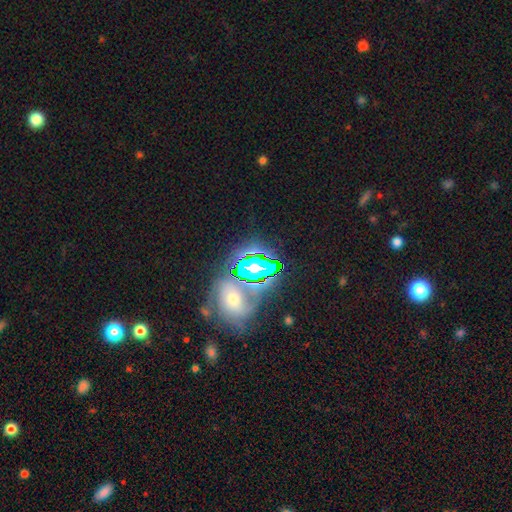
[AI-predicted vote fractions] Smooth or featured? star or artifact (71%)